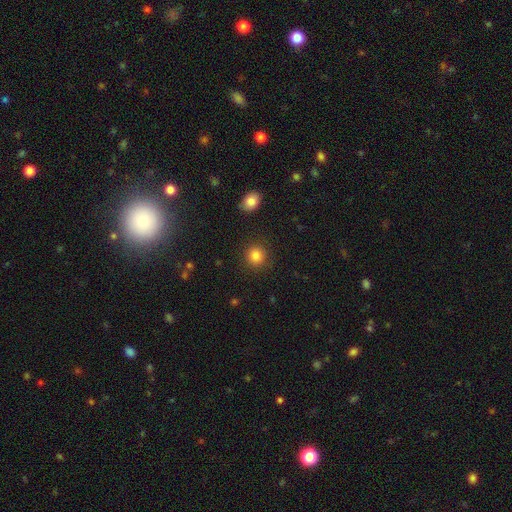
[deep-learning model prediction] A smooth galaxy with no disk features (84%) that is round (91%).

Vote fractions:
- Smooth or featured? smooth: 84% / star or artifact: 11% / featured or disk: 5%
- How rounded? round: 91% / in between: 8% / cigar-shaped: 1%
- Merging? none: 90% / minor disturbance: 6% / major disturbance: 3% / merger: 2%